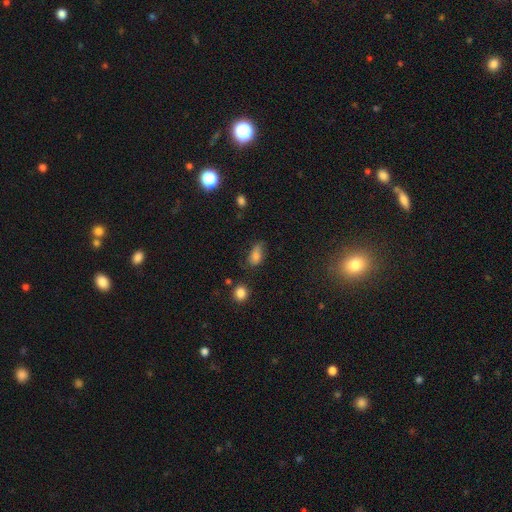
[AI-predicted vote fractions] Overall: smooth (74%). How rounded: in between (86%). Merging: none (46%; minor disturbance 37%).